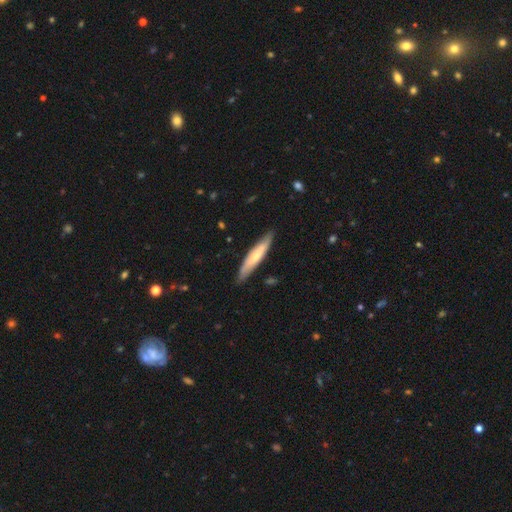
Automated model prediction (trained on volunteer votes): Smooth or featured: smooth — 57% (featured or disk — 38%)
How rounded: cigar-shaped — 87% (in between — 12%)
Merging: none — 84% (minor disturbance — 12%)